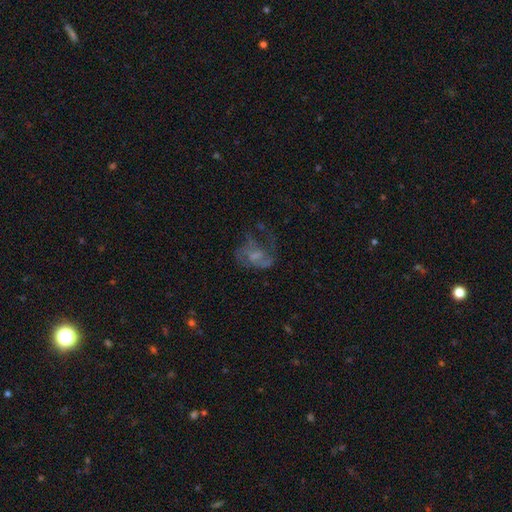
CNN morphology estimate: Smooth or featured?
  - featured or disk: 61% *
  - smooth: 26%
  - star or artifact: 13%
Edge-on disk?
  - no: 98% *
  - yes: 2%
Bar?
  - no: 62% *
  - weak: 32%
  - strong: 6%
Spiral arms?
  - yes: 65% *
  - no: 35%
Bulge size?
  - none: 41% *
  - small: 28%
  - moderate: 24%
  - large: 6%
  - dominant: 1%
Merging?
  - major disturbance: 41% *
  - none: 37%
  - minor disturbance: 18%
  - merger: 3%